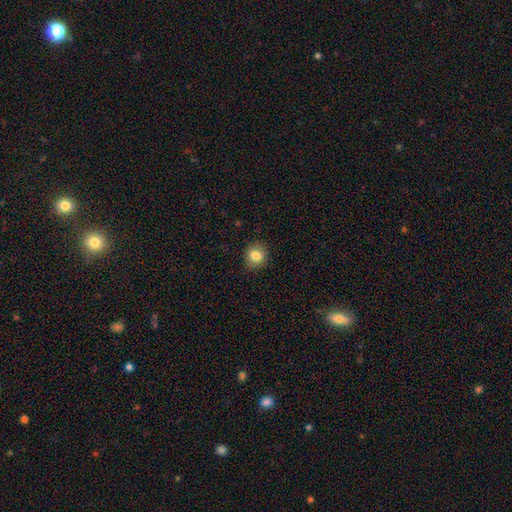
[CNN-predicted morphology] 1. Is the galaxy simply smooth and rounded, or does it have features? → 83% smooth, 10% star or artifact, 7% featured or disk.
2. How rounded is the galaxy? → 78% round, 21% in between, 1% cigar-shaped.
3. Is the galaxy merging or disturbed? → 89% none, 8% minor disturbance, 2% major disturbance, 1% merger.